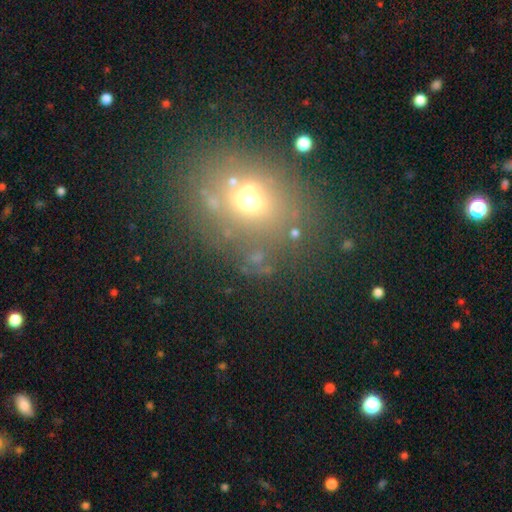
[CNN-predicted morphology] Smooth or featured? smooth (54%)
How rounded? round (59%)
Merging? none (67%)